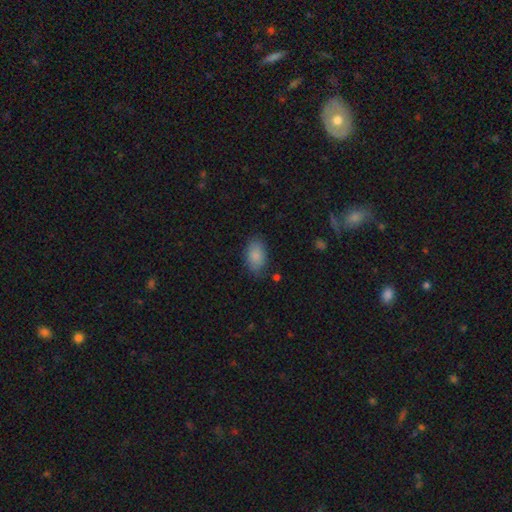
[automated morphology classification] Smooth or featured?
  - smooth: 87% *
  - star or artifact: 7%
  - featured or disk: 6%
How rounded?
  - in between: 91% *
  - round: 8%
  - cigar-shaped: 2%
Merging?
  - none: 79% *
  - minor disturbance: 15%
  - major disturbance: 4%
  - merger: 2%